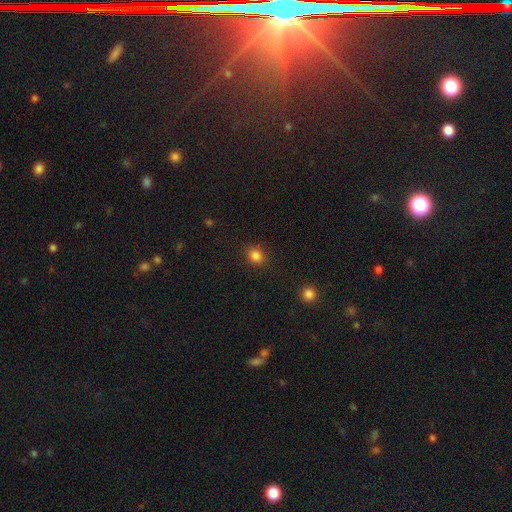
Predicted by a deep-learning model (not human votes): This appears to be a smooth galaxy with no disk features (84%) that is round (74%). Merging: none (87%).